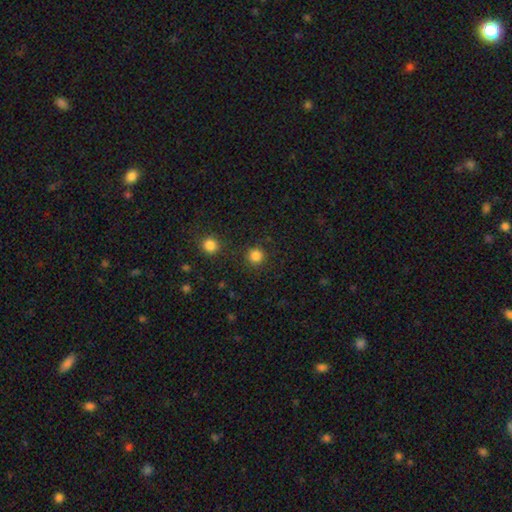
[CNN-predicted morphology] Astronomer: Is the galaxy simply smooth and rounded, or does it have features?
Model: smooth — 83%.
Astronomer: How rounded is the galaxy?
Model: round — 95%.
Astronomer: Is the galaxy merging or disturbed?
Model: none — 88%.